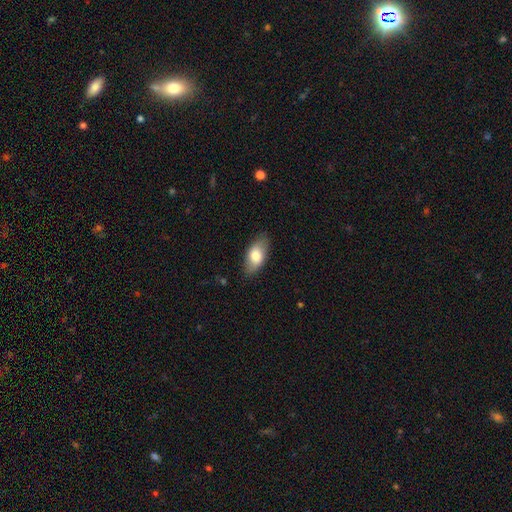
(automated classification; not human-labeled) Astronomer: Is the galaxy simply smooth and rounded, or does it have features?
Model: smooth — 76%.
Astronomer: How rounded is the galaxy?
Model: in between — 90%.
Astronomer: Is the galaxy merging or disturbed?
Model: none — 83%.